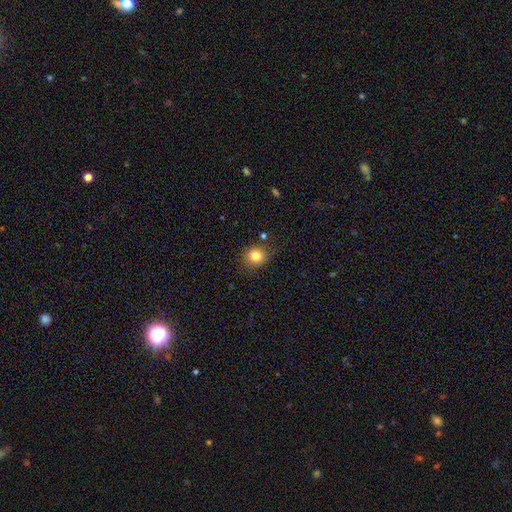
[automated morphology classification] smooth 82%, star or artifact 11%, featured or disk 7%. Down the decision tree: how rounded — round (82%); merging — none (81%).